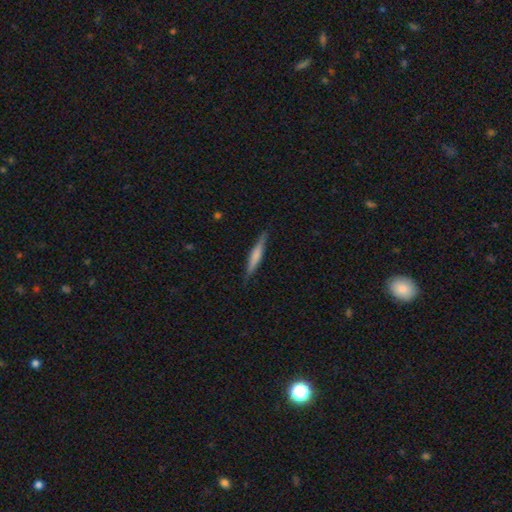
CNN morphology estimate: A smooth galaxy with no disk features (50%) that is cigar-shaped (92%).

Vote fractions:
- Smooth or featured? smooth: 50% / featured or disk: 44% / star or artifact: 6%
- How rounded? cigar-shaped: 92% / in between: 6% / round: 2%
- Merging? none: 87% / minor disturbance: 10% / major disturbance: 2% / merger: 1%